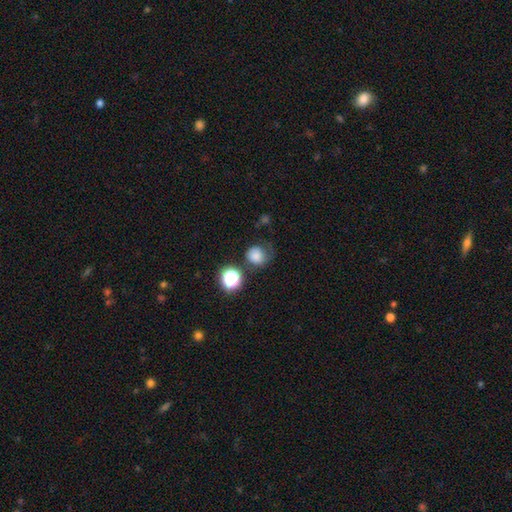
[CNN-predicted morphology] Smooth or featured? Predicted: smooth (p=0.74). How rounded? Predicted: round (p=0.83). Merging? Predicted: none (p=0.45).